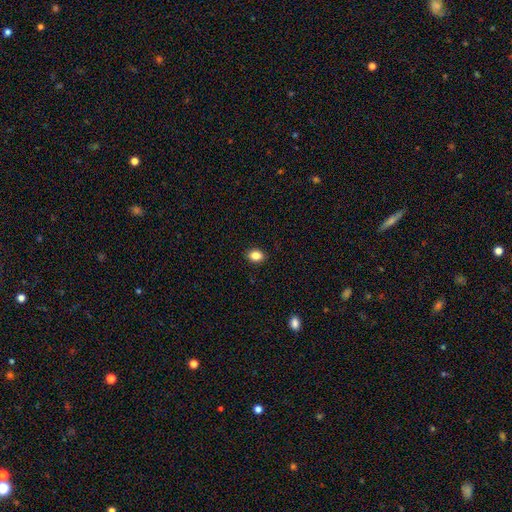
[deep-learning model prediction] smooth_or_featured: smooth (p=0.86) [alt: star or artifact p=0.10]
how_rounded: in between (p=0.65) [alt: round p=0.34]
merging: none (p=0.90) [alt: minor disturbance p=0.07]